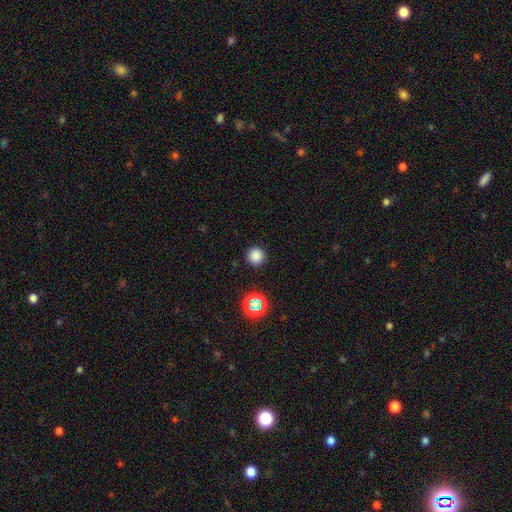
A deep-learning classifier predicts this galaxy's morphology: The model was most divided on "smooth or featured": smooth: 81%, star or artifact: 16%, featured or disk: 4%. More confident: how rounded — round (96%); merging — none (91%).